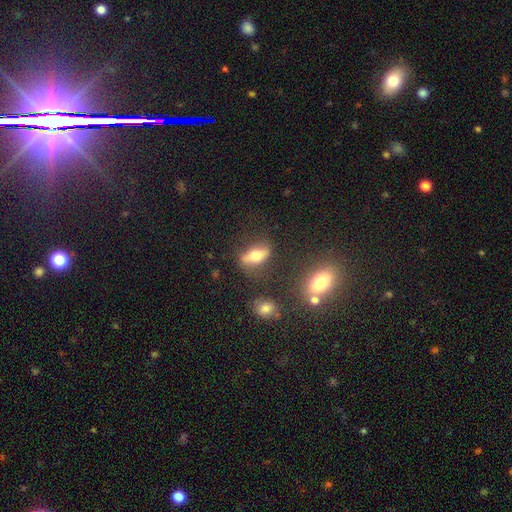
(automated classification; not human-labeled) This appears to be a smooth galaxy with no disk features (55%) that is in between round and cigar-shaped (66%). Merging: none (70%).